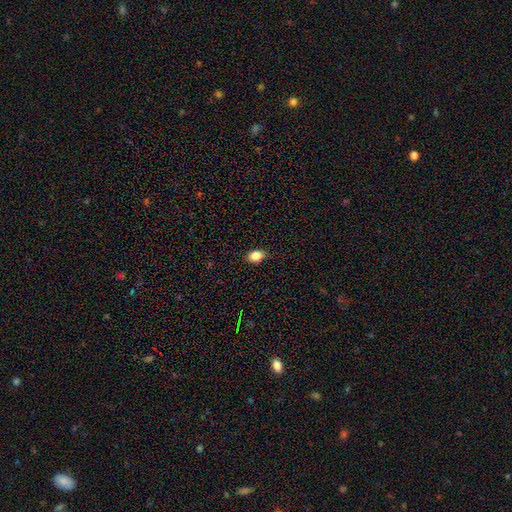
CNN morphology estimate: smooth_or_featured: smooth (p=0.84) [alt: star or artifact p=0.10]
how_rounded: in between (p=0.64) [alt: round p=0.34]
merging: none (p=0.84) [alt: minor disturbance p=0.13]